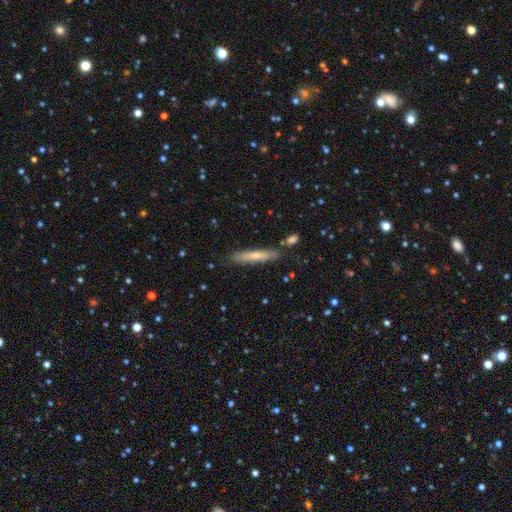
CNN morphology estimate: Q: Smooth or featured?
A: smooth (62%); runner-up: featured or disk (32%)
Q: How rounded?
A: cigar-shaped (92%); runner-up: in between (7%)
Q: Merging?
A: none (80%); runner-up: minor disturbance (13%)